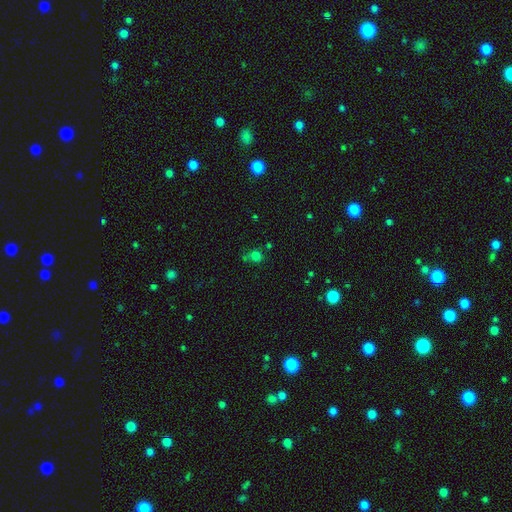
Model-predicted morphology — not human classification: smooth-or-featured: smooth: 70% | star or artifact: 24% | featured or disk: 6%
  how-rounded: round: 84% | in between: 15% | cigar-shaped: 1%
  merging: none: 68% | merger: 14% | minor disturbance: 13% | major disturbance: 5%